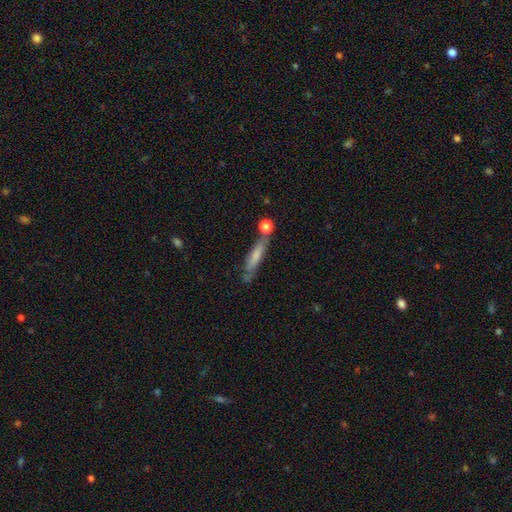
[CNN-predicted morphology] Q: Smooth or featured?
A: smooth (63%); runner-up: featured or disk (29%)
Q: How rounded?
A: cigar-shaped (86%); runner-up: in between (12%)
Q: Merging?
A: none (62%); runner-up: minor disturbance (18%)